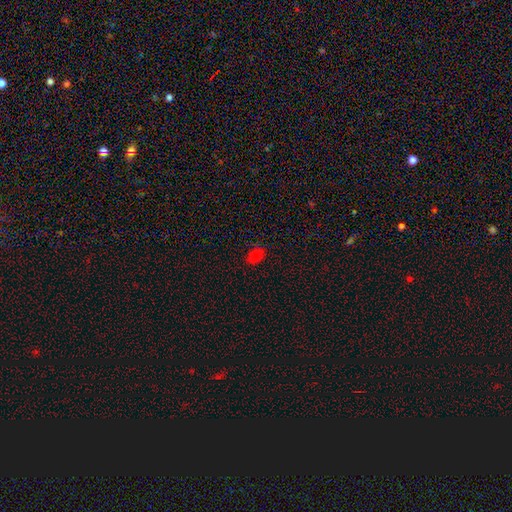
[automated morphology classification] Q: Smooth or featured?
A: smooth (78%); runner-up: star or artifact (16%)
Q: How rounded?
A: in between (69%); runner-up: round (30%)
Q: Merging?
A: none (80%); runner-up: minor disturbance (16%)